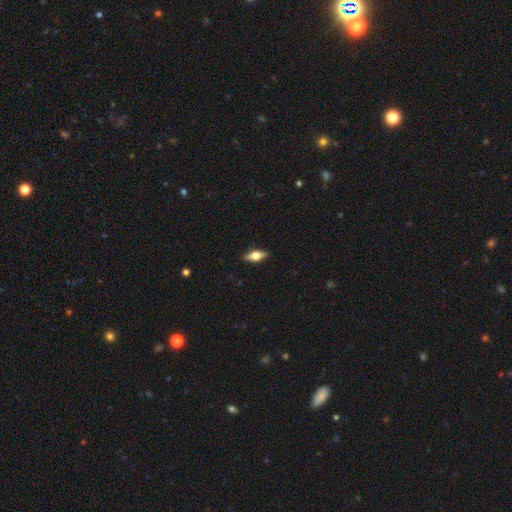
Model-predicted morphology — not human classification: This appears to be a smooth galaxy with no disk features (49%). Merging: none (88%).